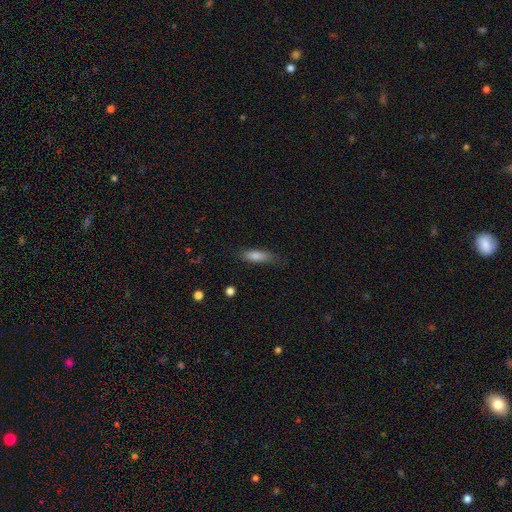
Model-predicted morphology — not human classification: A smooth galaxy with no disk features (72%) that is cigar-shaped (56%).

Vote fractions:
- Smooth or featured? smooth: 72% / featured or disk: 18% / star or artifact: 10%
- How rounded? cigar-shaped: 56% / in between: 41% / round: 3%
- Merging? none: 75% / minor disturbance: 19% / major disturbance: 4% / merger: 1%